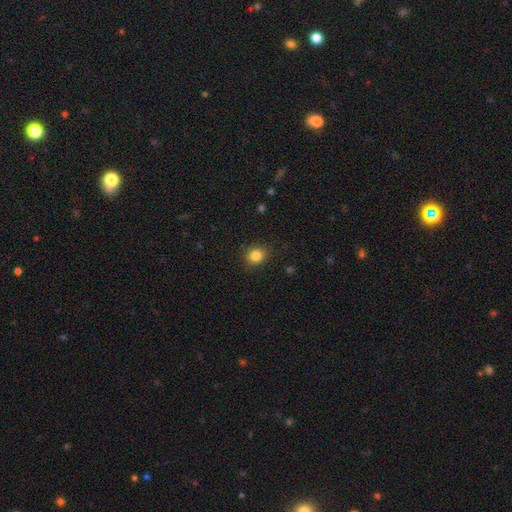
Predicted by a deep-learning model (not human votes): Smooth or featured?
  - smooth: 85% *
  - star or artifact: 11%
  - featured or disk: 4%
How rounded?
  - round: 74% *
  - in between: 26%
  - cigar-shaped: 1%
Merging?
  - none: 86% *
  - minor disturbance: 10%
  - major disturbance: 3%
  - merger: 1%